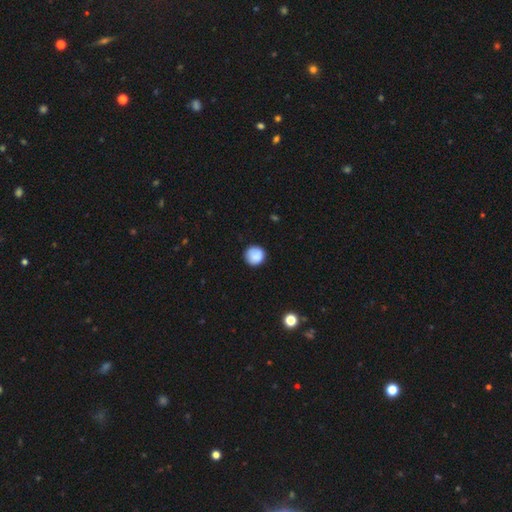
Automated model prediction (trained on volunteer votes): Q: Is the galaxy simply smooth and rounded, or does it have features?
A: smooth — 85%.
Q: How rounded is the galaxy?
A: round — 94%.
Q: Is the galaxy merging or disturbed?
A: none — 84%.